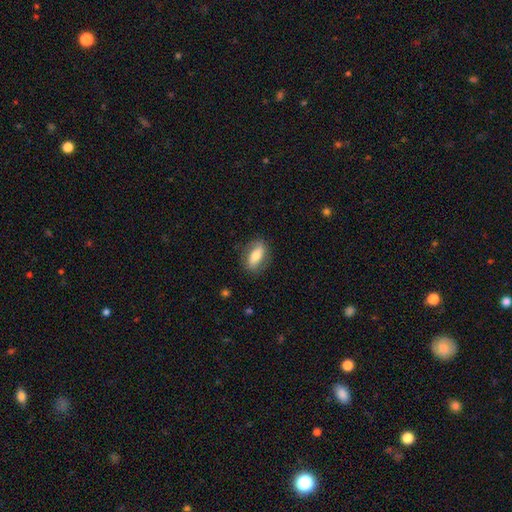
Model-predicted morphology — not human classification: Smooth or featured: smooth — 56% (featured or disk — 38%)
How rounded: in between — 79% (cigar-shaped — 13%)
Merging: none — 80% (minor disturbance — 15%)